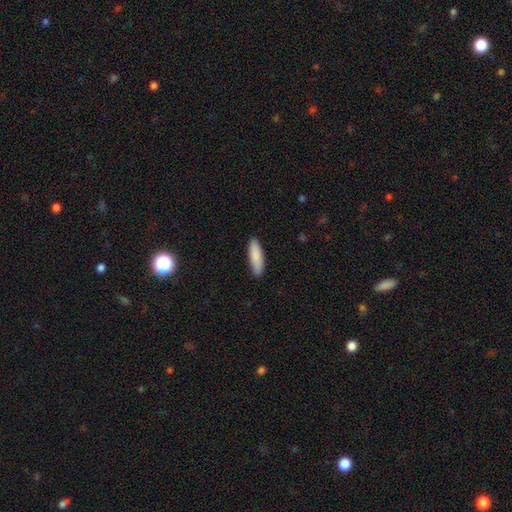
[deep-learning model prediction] A smooth galaxy with no disk features (88%) that is cigar-shaped (53%).

Vote fractions:
- Smooth or featured? smooth: 88% / featured or disk: 6% / star or artifact: 5%
- How rounded? cigar-shaped: 53% / in between: 46% / round: 2%
- Merging? none: 89% / minor disturbance: 8% / major disturbance: 2% / merger: 1%